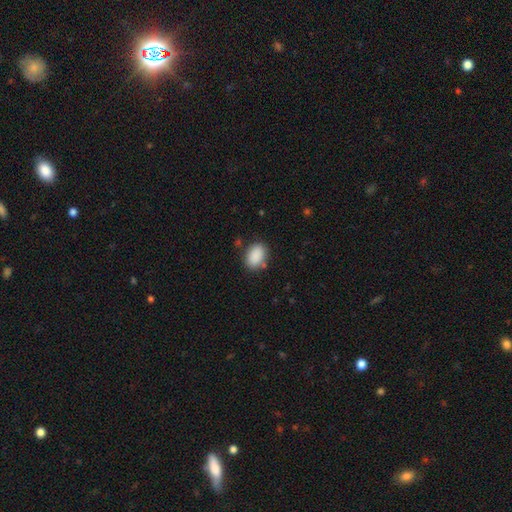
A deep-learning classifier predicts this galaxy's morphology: Smooth or featured: smooth — 89% (star or artifact — 7%)
How rounded: in between — 84% (round — 15%)
Merging: none — 81% (minor disturbance — 13%)